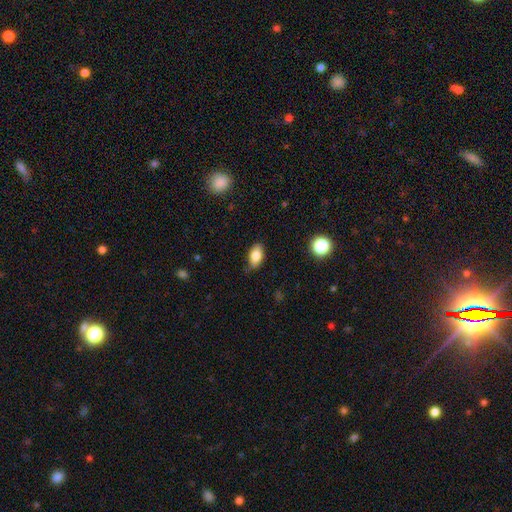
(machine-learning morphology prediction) The model was most divided on "merging": none: 80%, minor disturbance: 16%, major disturbance: 3%, merger: 1%. More confident: how rounded — in between (90%); smooth or featured — smooth (82%).